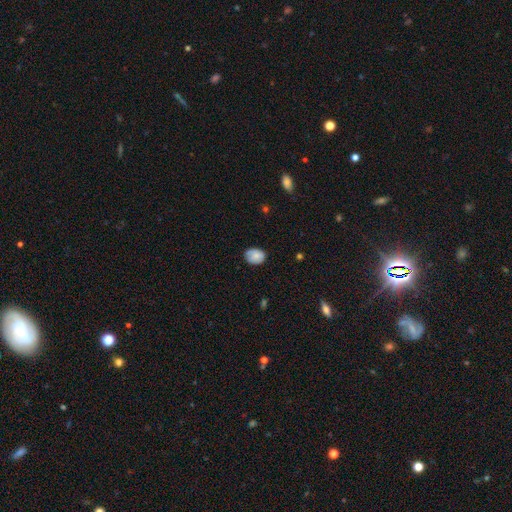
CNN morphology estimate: This is likely a smooth galaxy (79%). How rounded: likely in between (62%). Merging: likely none (73%).